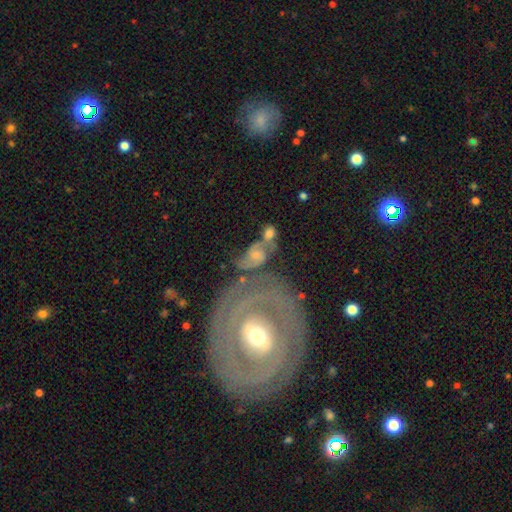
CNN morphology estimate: This is likely a featured or disk galaxy (65%). It is clearly not viewed edge-on (96%). Bar: possibly no (54%). Spiral arm pattern: clearly yes (82%). Spiral arm count: likely 2 (72%). Spiral winding: marginally medium (43%). Central bulge: possibly small (48%). Merging: marginally merger (41%).